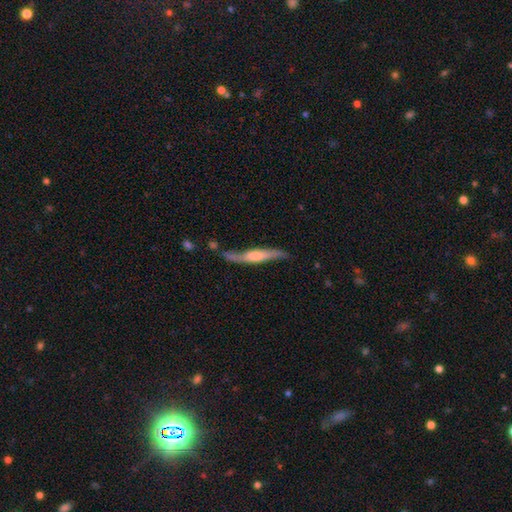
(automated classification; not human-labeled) Smooth or featured?
  - featured or disk: 65% *
  - smooth: 30%
  - star or artifact: 5%
Edge-on disk?
  - yes: 74% *
  - no: 26%
Merging?
  - none: 64% *
  - minor disturbance: 23%
  - major disturbance: 7%
  - merger: 6%